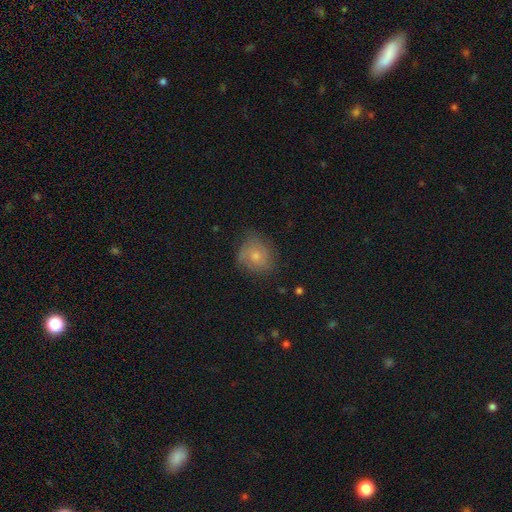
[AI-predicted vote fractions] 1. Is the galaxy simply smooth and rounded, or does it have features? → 52% smooth, 38% featured or disk, 9% star or artifact.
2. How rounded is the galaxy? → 69% round, 30% in between, 1% cigar-shaped.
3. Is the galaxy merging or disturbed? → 65% none, 25% minor disturbance, 9% major disturbance, 1% merger.